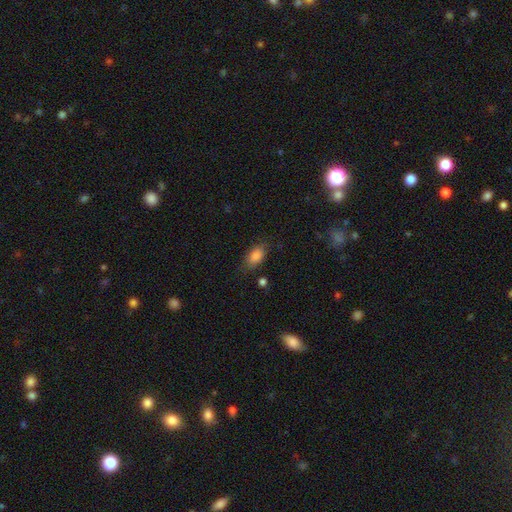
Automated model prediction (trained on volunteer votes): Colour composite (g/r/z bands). It shows a smooth galaxy with no disk features (85%) that is in between round and cigar-shaped (89%). Merging: none (75%).